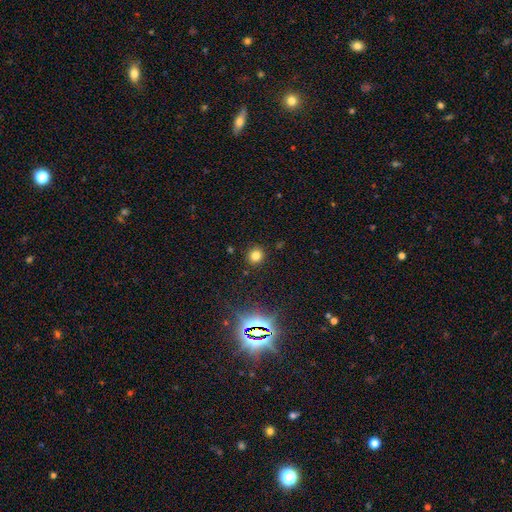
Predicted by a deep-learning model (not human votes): smooth-or-featured: smooth: 76% | star or artifact: 18% | featured or disk: 6%
  how-rounded: round: 88% | in between: 11% | cigar-shaped: 1%
  merging: none: 90% | minor disturbance: 6% | major disturbance: 2% | merger: 2%